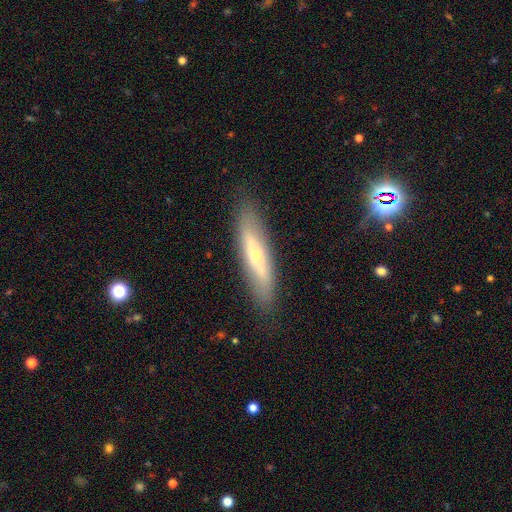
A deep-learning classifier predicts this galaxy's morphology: Smooth or featured: featured or disk — 52% (smooth — 40%)
Edge-on disk: yes — 67% (no — 33%)
Merging: none — 85% (minor disturbance — 10%)